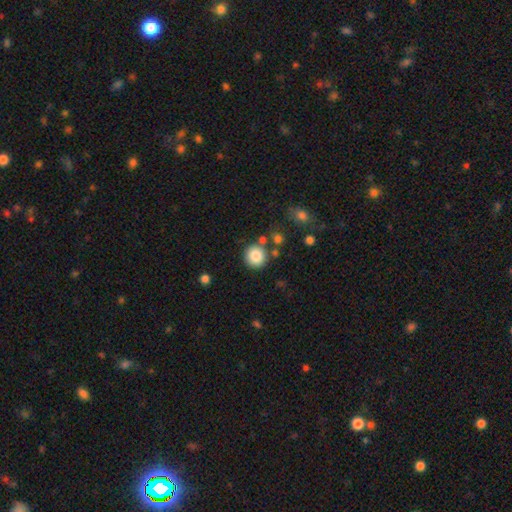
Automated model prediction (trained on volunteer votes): This appears to be a smooth galaxy with no disk features (84%) that is round (93%). Merging: none (81%).